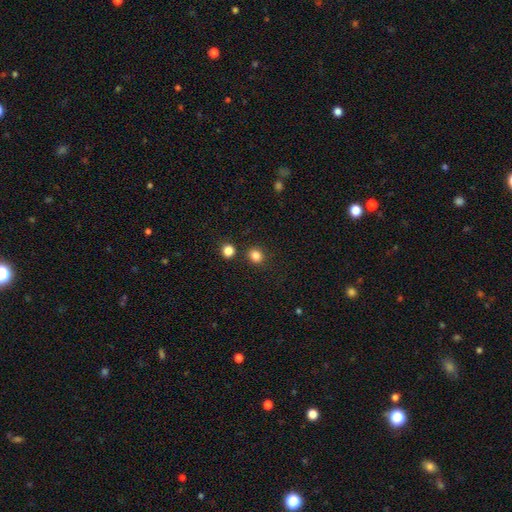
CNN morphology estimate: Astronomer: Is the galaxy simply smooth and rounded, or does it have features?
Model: smooth — 84%.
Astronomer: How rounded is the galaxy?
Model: round — 75%.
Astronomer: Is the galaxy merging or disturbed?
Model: none — 83%.